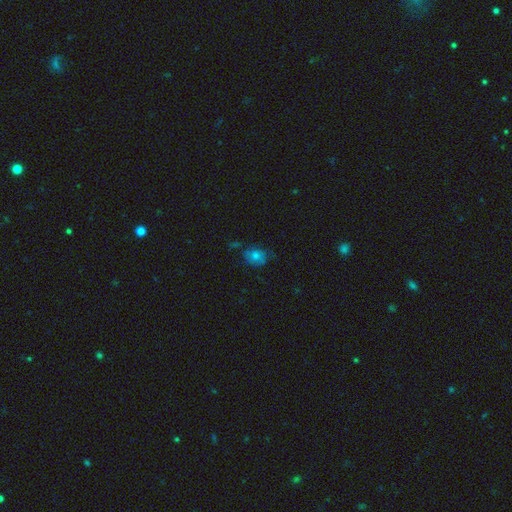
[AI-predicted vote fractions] A smooth galaxy with no disk features (63%) that is in between round and cigar-shaped (54%).

Vote fractions:
- Smooth or featured? smooth: 63% / featured or disk: 24% / star or artifact: 13%
- How rounded? in between: 54% / round: 45% / cigar-shaped: 1%
- Merging? none: 53% / minor disturbance: 30% / major disturbance: 13% / merger: 5%